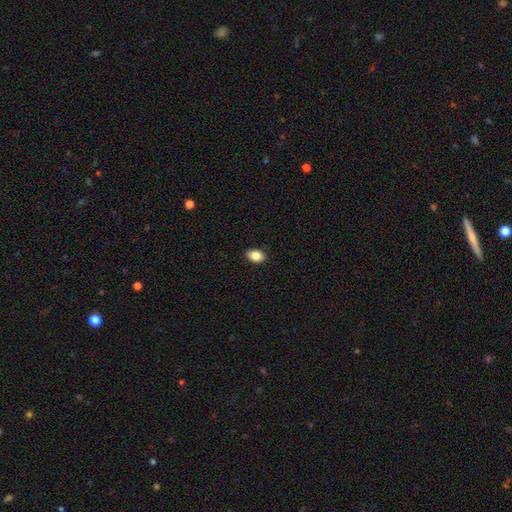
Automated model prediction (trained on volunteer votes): Smooth or featured? Predicted: smooth (p=0.84). How rounded? Predicted: in between (p=0.80). Merging? Predicted: none (p=0.90).